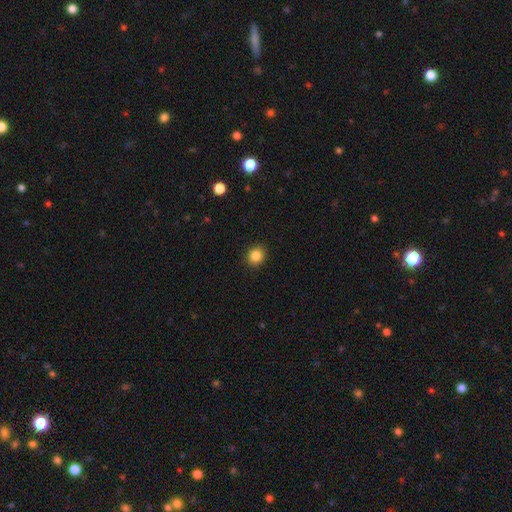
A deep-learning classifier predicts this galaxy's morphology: Smooth or featured? Predicted: smooth (p=0.86). How rounded? Predicted: round (p=0.84). Merging? Predicted: none (p=0.91).